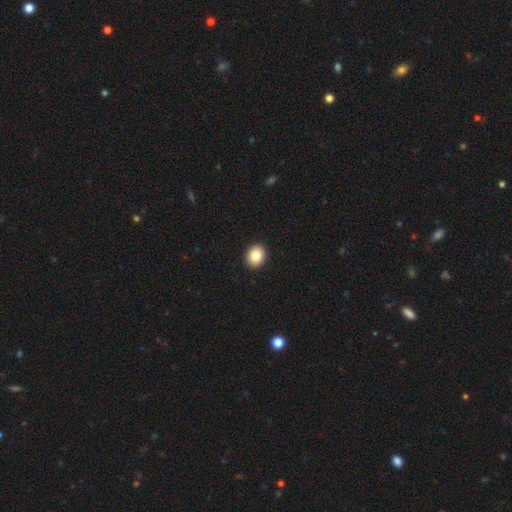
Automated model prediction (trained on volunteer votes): smooth_or_featured: smooth (p=0.84) [alt: star or artifact p=0.09]
how_rounded: round (p=0.69) [alt: in between p=0.31]
merging: none (p=0.93) [alt: minor disturbance p=0.05]